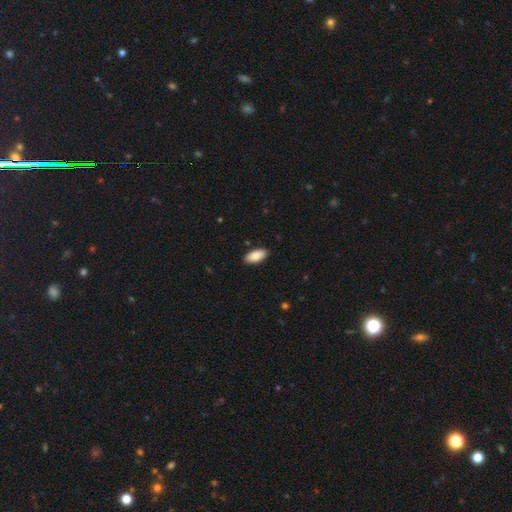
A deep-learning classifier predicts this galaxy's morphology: Overall: smooth (87%). How rounded: in between (93%). Merging: none (89%).